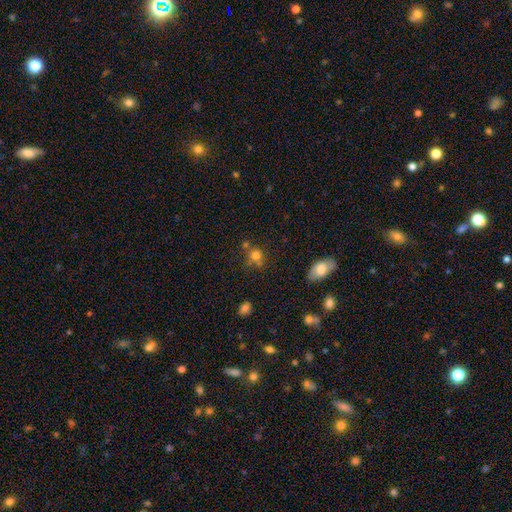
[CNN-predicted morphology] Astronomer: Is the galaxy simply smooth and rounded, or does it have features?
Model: smooth — 73%.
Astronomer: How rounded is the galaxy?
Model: round — 81%.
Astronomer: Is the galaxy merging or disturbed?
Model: none — 56%.